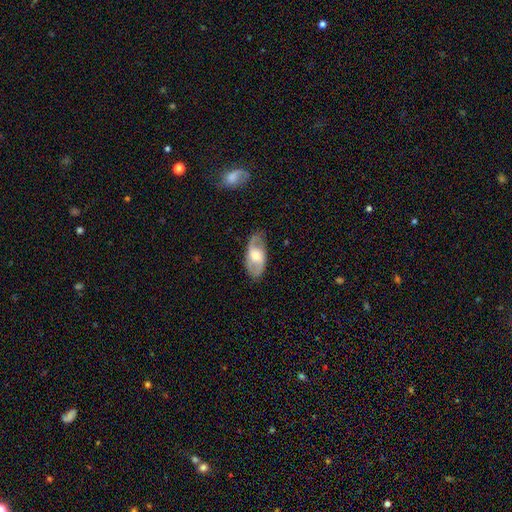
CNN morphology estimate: This is likely a featured or disk galaxy (64%). It is clearly not viewed edge-on (89%). Bar: possibly no (51%). Spiral arm pattern: likely yes (75%). Central bulge: likely moderate (65%). Merging: likely none (80%).